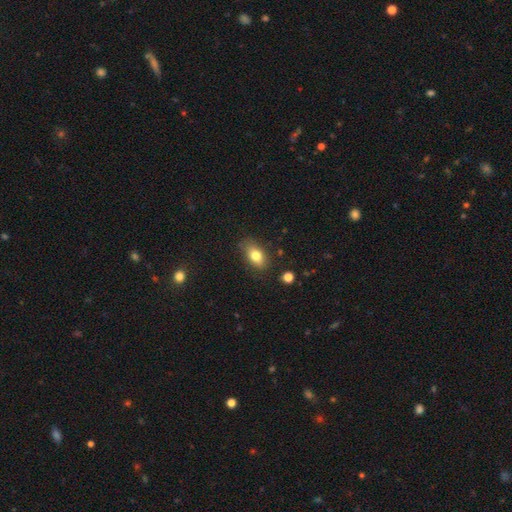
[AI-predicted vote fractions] smooth_or_featured: smooth (p=0.79) [alt: featured or disk p=0.12]
how_rounded: in between (p=0.86) [alt: round p=0.10]
merging: none (p=0.80) [alt: minor disturbance p=0.14]